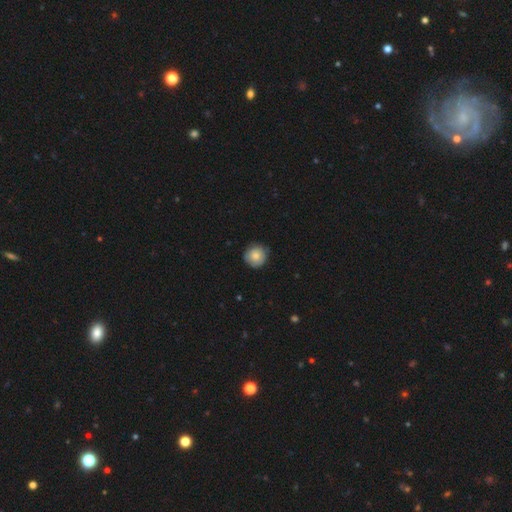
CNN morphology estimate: Smooth or featured? smooth (78%)
How rounded? round (92%)
Merging? none (82%)